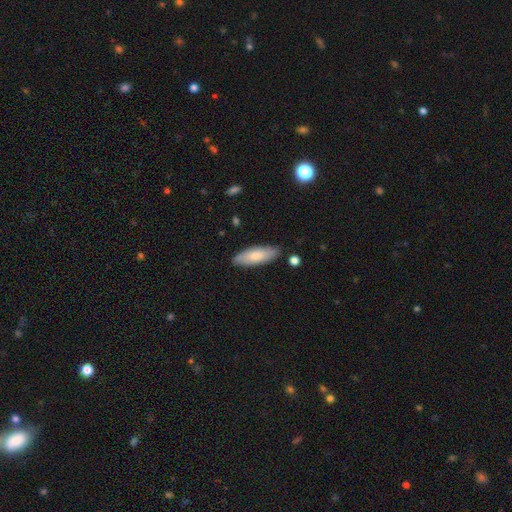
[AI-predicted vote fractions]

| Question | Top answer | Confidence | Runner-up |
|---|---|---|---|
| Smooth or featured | smooth | 77% | featured or disk (18%) |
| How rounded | in between | 65% | cigar-shaped (33%) |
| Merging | none | 84% | minor disturbance (12%) |